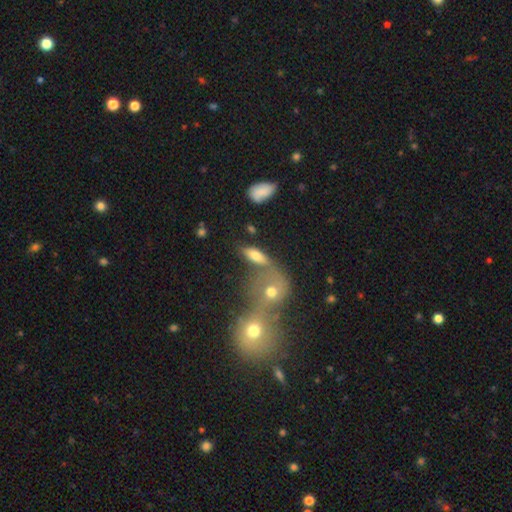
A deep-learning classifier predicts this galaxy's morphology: Smooth or featured: smooth — 64% (featured or disk — 25%)
How rounded: in between — 70% (cigar-shaped — 22%)
Merging: none — 45% (merger — 32%)